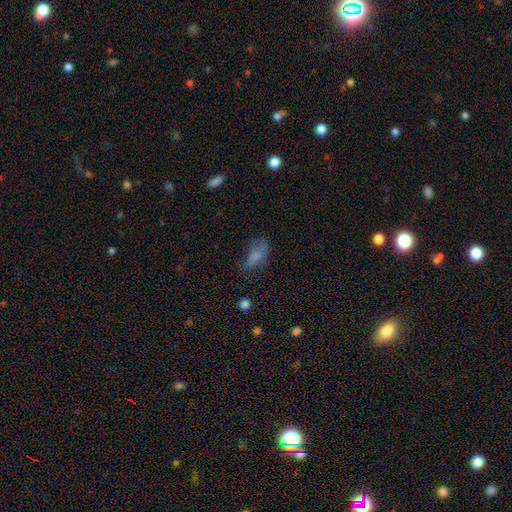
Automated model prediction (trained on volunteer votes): smooth_or_featured: smooth (p=0.64) [alt: featured or disk p=0.21]
how_rounded: in between (p=0.85) [alt: cigar-shaped p=0.08]
merging: none (p=0.41) [alt: minor disturbance p=0.28]